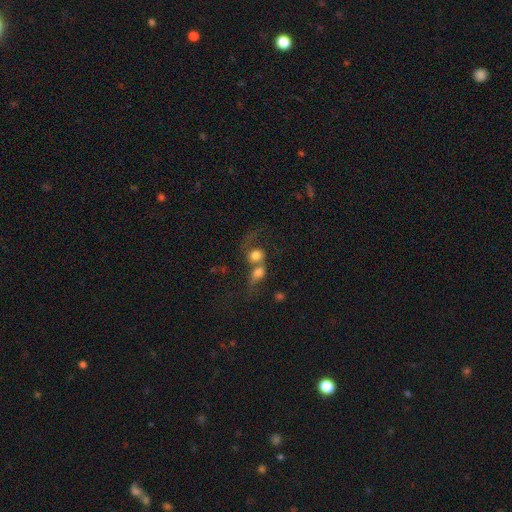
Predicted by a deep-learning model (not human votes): Overall: smooth (67%). How rounded: round (66%; in between 32%). Merging: merger (73%).